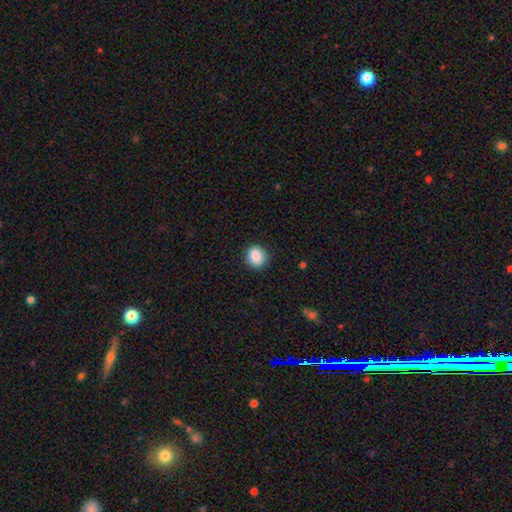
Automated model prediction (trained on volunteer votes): This appears to be a smooth galaxy with no disk features (86%) that is round (85%). Merging: none (88%).